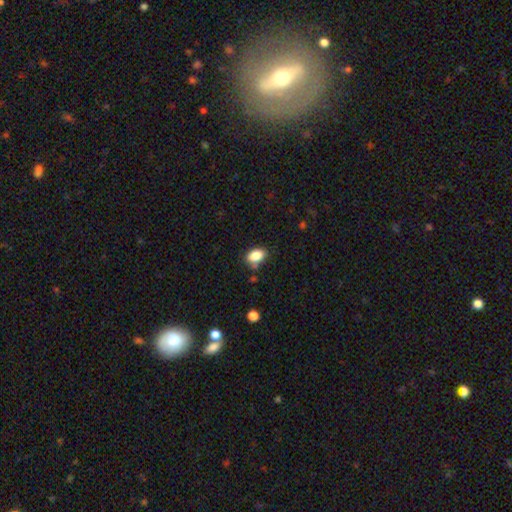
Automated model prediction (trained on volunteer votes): Morphology: type=smooth (86%); roundness=in between (88%); merging=none (73%).